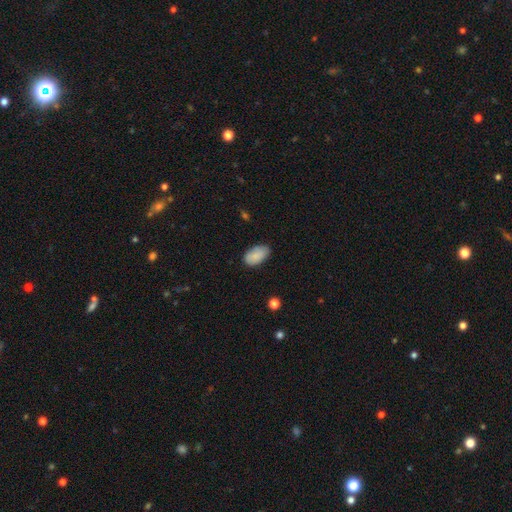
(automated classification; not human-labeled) The model was most divided on "merging": none: 75%, minor disturbance: 20%, major disturbance: 3%, merger: 1%. More confident: how rounded — in between (94%); smooth or featured — smooth (85%).